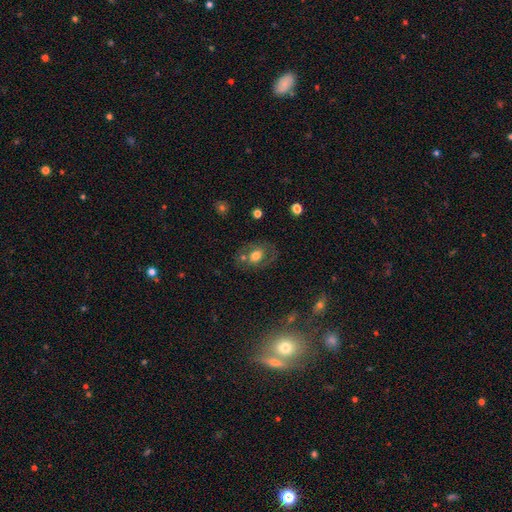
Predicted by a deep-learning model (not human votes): Smooth or featured? Predicted: smooth (p=0.50). Merging? Predicted: none (p=0.64).